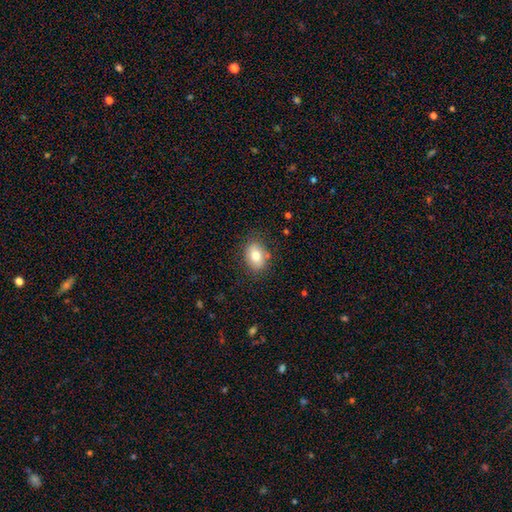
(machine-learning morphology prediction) A smooth galaxy with no disk features (77%) that is in between round and cigar-shaped (71%).

Vote fractions:
- Smooth or featured? smooth: 77% / featured or disk: 14% / star or artifact: 9%
- How rounded? in between: 71% / round: 28% / cigar-shaped: 1%
- Merging? none: 81% / minor disturbance: 14% / major disturbance: 4% / merger: 2%